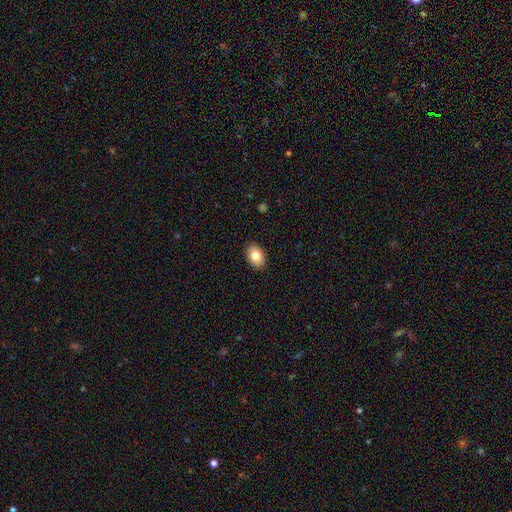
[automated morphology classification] The model was most divided on "how rounded": in between: 81%, round: 18%, cigar-shaped: 1%. More confident: merging — none (90%); smooth or featured — smooth (82%).